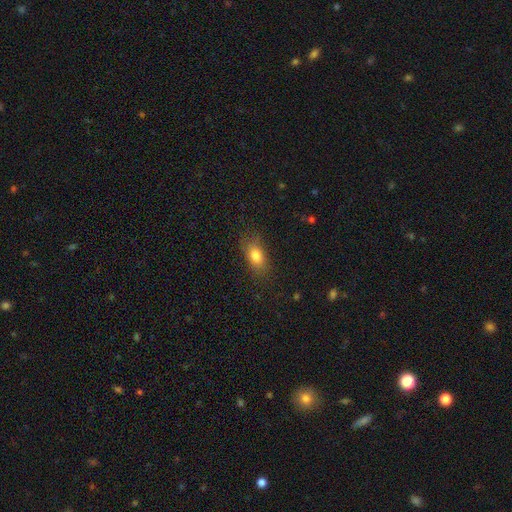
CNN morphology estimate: The model was most divided on "merging": none: 79%, minor disturbance: 15%, major disturbance: 5%, merger: 1%. More confident: how rounded — in between (82%); smooth or featured — smooth (80%).